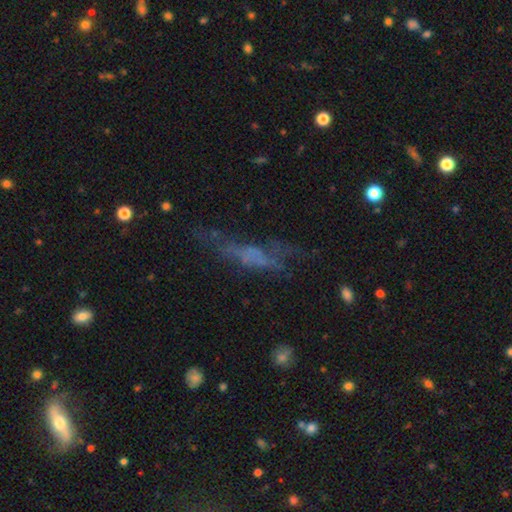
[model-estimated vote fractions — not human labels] Q: Smooth or featured?
A: featured or disk (44%); runner-up: smooth (34%)
Q: Merging?
A: none (47%); runner-up: major disturbance (26%)